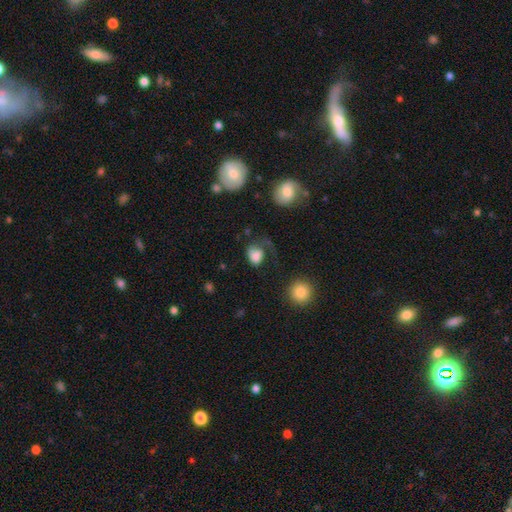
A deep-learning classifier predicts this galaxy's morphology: This appears to be a smooth galaxy with no disk features (70%) that is in between round and cigar-shaped (62%). Merging: major disturbance (46%).